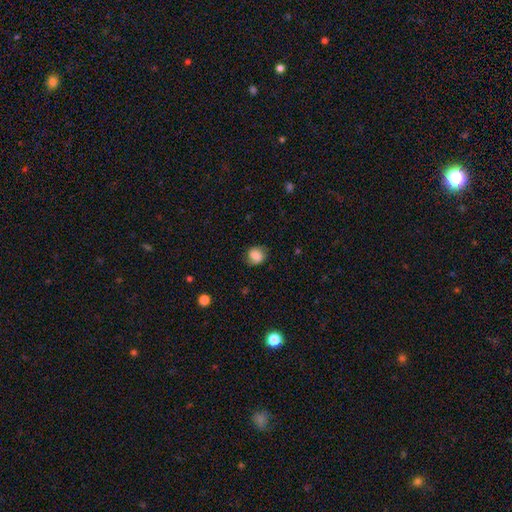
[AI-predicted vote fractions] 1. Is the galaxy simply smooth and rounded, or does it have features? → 82% smooth, 9% featured or disk, 9% star or artifact.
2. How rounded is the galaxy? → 67% round, 32% in between, 1% cigar-shaped.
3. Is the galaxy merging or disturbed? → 76% none, 18% minor disturbance, 5% major disturbance, 1% merger.